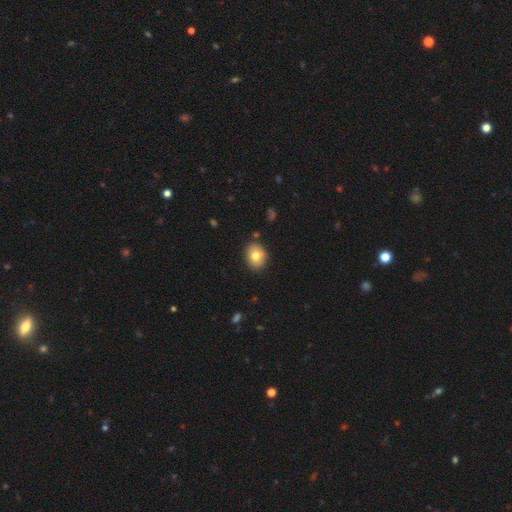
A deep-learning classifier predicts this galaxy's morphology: Smooth or featured? Predicted: smooth (p=0.77). How rounded? Predicted: round (p=0.58). Merging? Predicted: none (p=0.86).